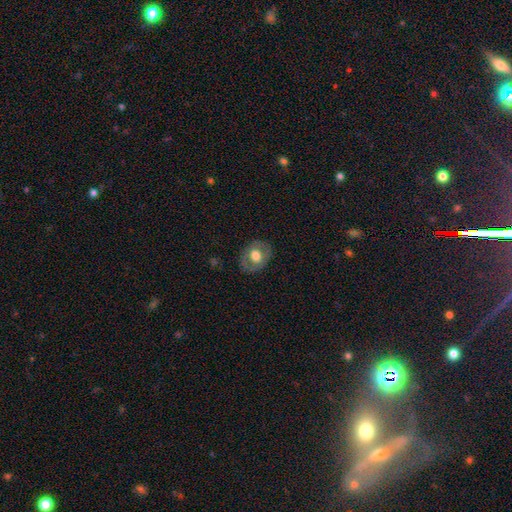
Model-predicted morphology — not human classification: smooth_or_featured: smooth (p=0.55) [alt: featured or disk p=0.38]
how_rounded: in between (p=0.53) [alt: round p=0.46]
merging: none (p=0.81) [alt: minor disturbance p=0.13]